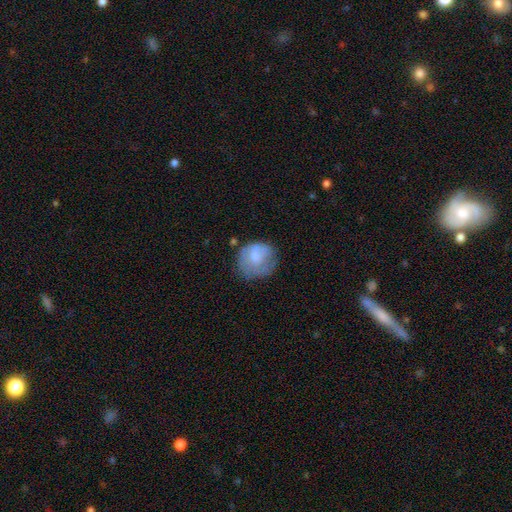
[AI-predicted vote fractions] The model was most divided on "merging": none: 48%, minor disturbance: 29%, major disturbance: 21%, merger: 3%. More confident: how rounded — round (74%); smooth or featured — smooth (65%).